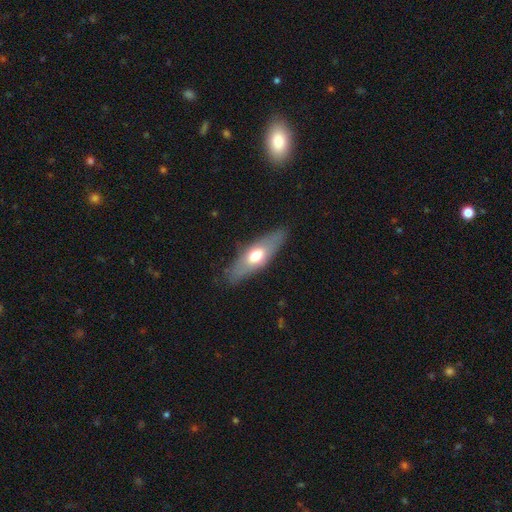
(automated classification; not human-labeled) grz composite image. It shows a smooth galaxy with no disk features (57%) that is in between round and cigar-shaped (60%). Merging: none (81%).